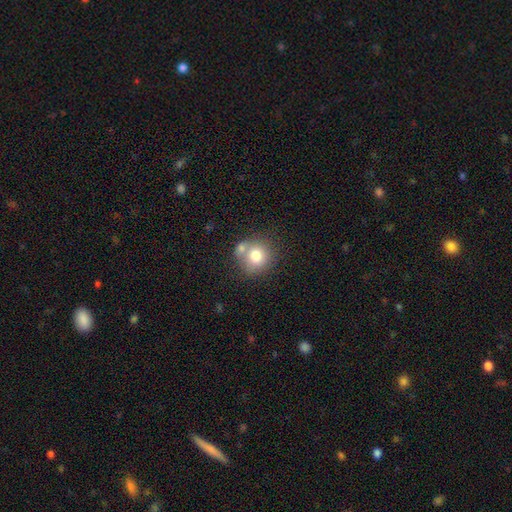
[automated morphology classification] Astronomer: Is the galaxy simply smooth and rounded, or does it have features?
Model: smooth — 75%.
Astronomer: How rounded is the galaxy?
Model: round — 84%.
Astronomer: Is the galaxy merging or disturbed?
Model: none — 50% (runner-up: merger, 33%).